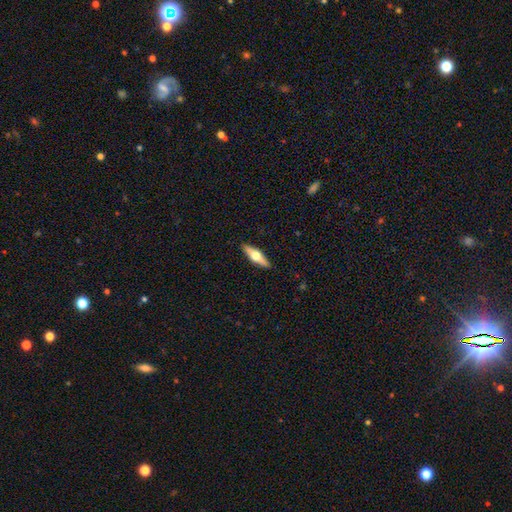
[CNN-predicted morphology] type=featured or disk (59%); edge-on=yes (95%); edge-on bulge=rounded (95%); merging=none (90%).